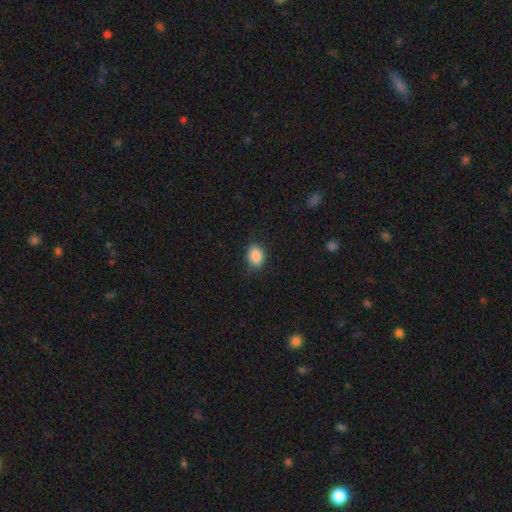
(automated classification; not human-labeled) smooth 87%, star or artifact 8%, featured or disk 5%. Down the decision tree: how rounded — in between (73%); merging — none (79%).